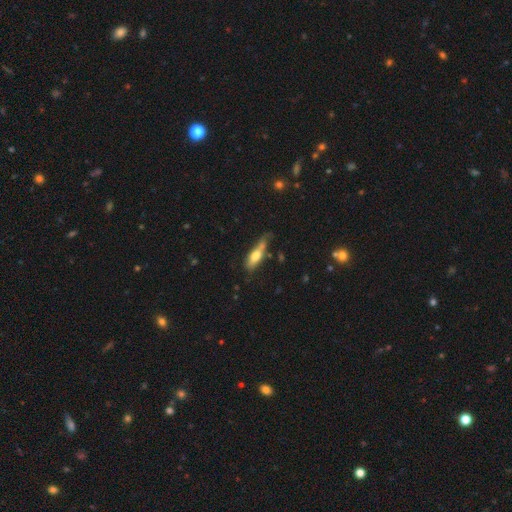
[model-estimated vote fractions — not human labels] This appears to be a smooth galaxy with no disk features (63%) that is cigar-shaped (51%). Merging: none (42%).